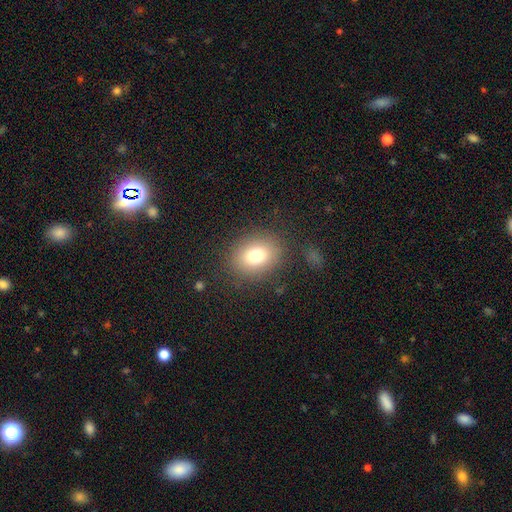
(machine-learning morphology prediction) A smooth galaxy with no disk features (77%) that is round (51%).

Vote fractions:
- Smooth or featured? smooth: 77% / star or artifact: 12% / featured or disk: 11%
- How rounded? round: 51% / in between: 48% / cigar-shaped: 1%
- Merging? none: 83% / minor disturbance: 10% / major disturbance: 5% / merger: 2%